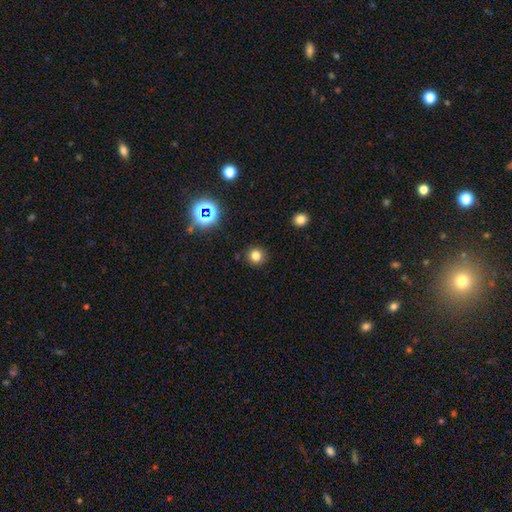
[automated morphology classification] smooth_or_featured: smooth (p=0.77) [alt: star or artifact p=0.17]
how_rounded: round (p=0.92) [alt: in between p=0.07]
merging: none (p=0.90) [alt: minor disturbance p=0.06]